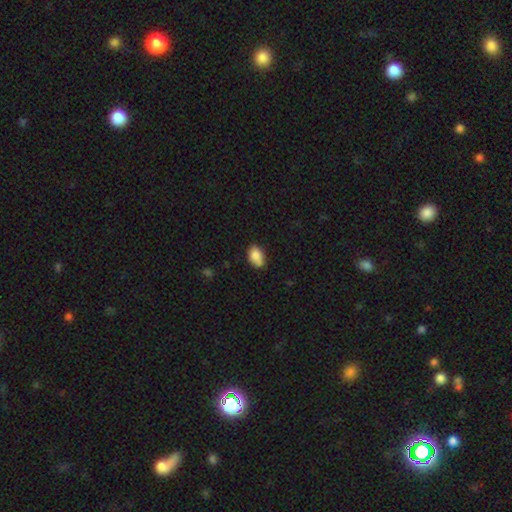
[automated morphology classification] The model was most divided on "merging": none: 56%, minor disturbance: 25%, merger: 14%, major disturbance: 5%. More confident: smooth or featured — smooth (82%); how rounded — in between (82%).